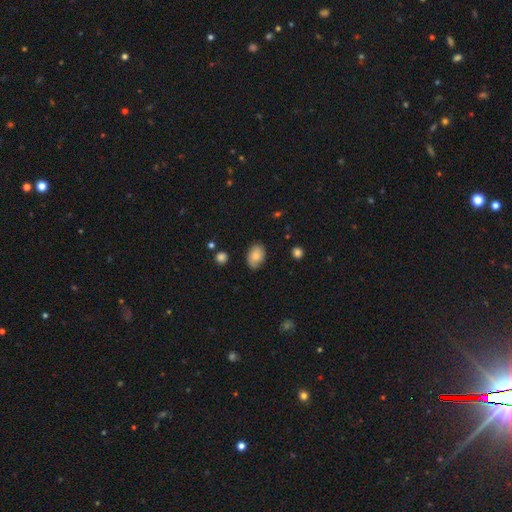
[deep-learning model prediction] This appears to be a smooth galaxy with no disk features (79%) that is in between round and cigar-shaped (84%). Merging: none (76%).